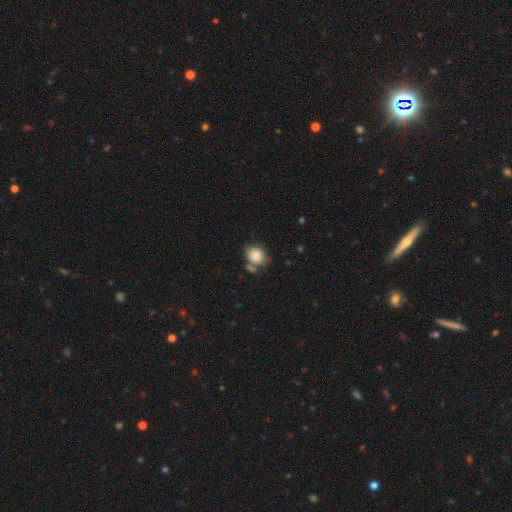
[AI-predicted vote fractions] Smooth or featured: smooth — 82% (featured or disk — 10%)
How rounded: round — 57% (in between — 42%)
Merging: none — 55% (minor disturbance — 21%)